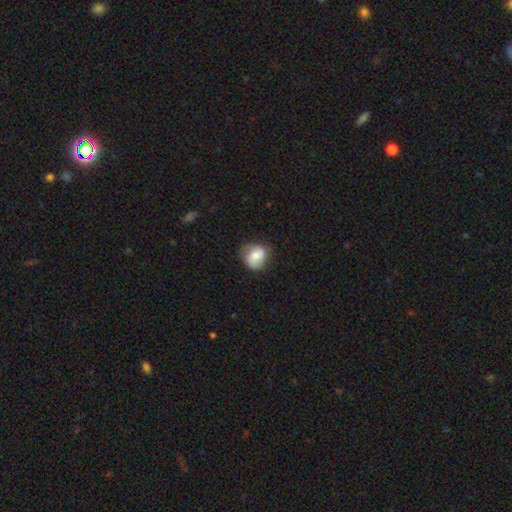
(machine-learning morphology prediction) A smooth galaxy with no disk features (62%) that is round (71%). Merging: none (68%).